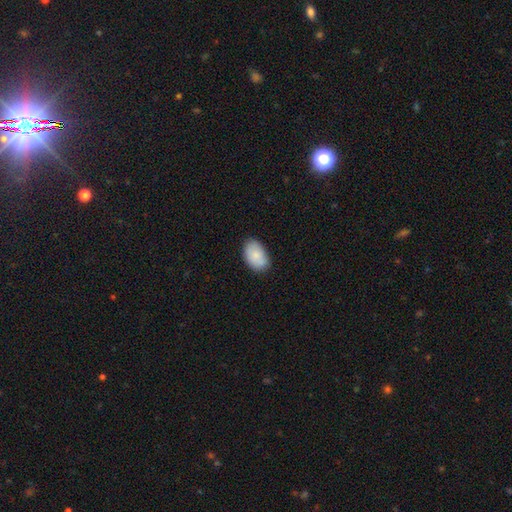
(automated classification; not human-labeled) Smooth or featured: smooth — 84% (featured or disk — 10%)
How rounded: in between — 91% (round — 8%)
Merging: none — 75% (minor disturbance — 20%)